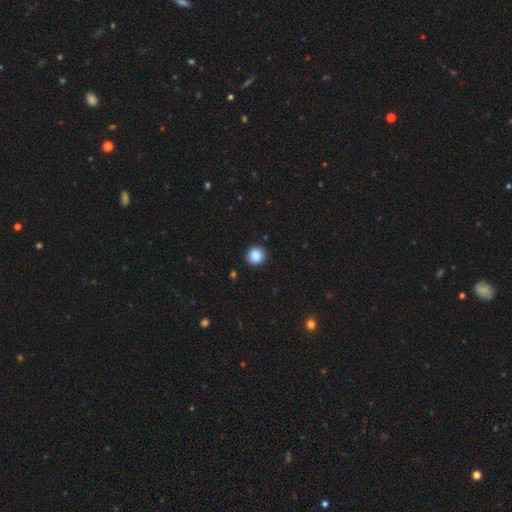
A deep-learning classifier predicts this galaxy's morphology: A smooth galaxy with no disk features (87%) that is round (93%). Merging: none (91%).